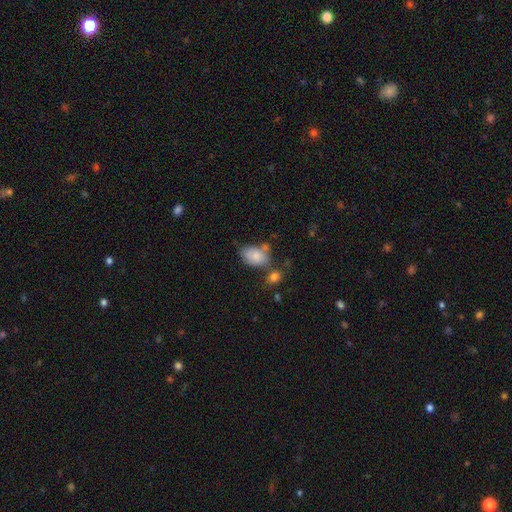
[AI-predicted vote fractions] Smooth or featured?
  - smooth: 80% *
  - featured or disk: 12%
  - star or artifact: 8%
How rounded?
  - in between: 84% *
  - round: 15%
  - cigar-shaped: 1%
Merging?
  - none: 44% *
  - minor disturbance: 27%
  - merger: 19%
  - major disturbance: 10%